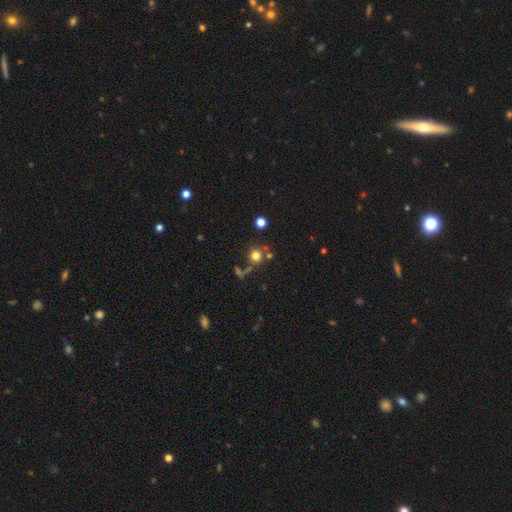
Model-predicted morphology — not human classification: smooth-or-featured: smooth: 74% | star or artifact: 16% | featured or disk: 10%
  how-rounded: round: 91% | in between: 8% | cigar-shaped: 1%
  merging: none: 65% | merger: 18% | minor disturbance: 10% | major disturbance: 8%